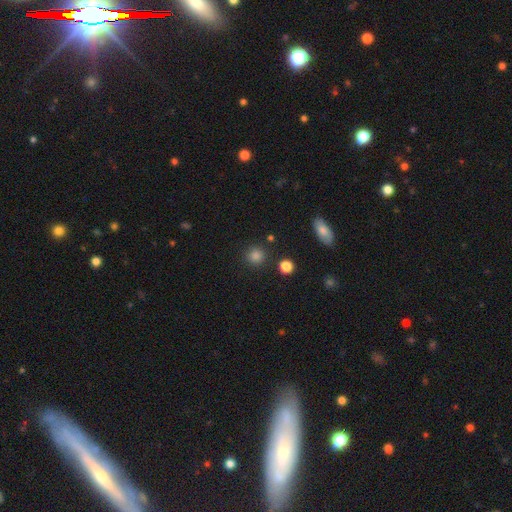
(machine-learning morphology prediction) Smooth or featured: smooth — 82% (star or artifact — 14%)
How rounded: round — 91% (in between — 8%)
Merging: none — 87% (minor disturbance — 7%)